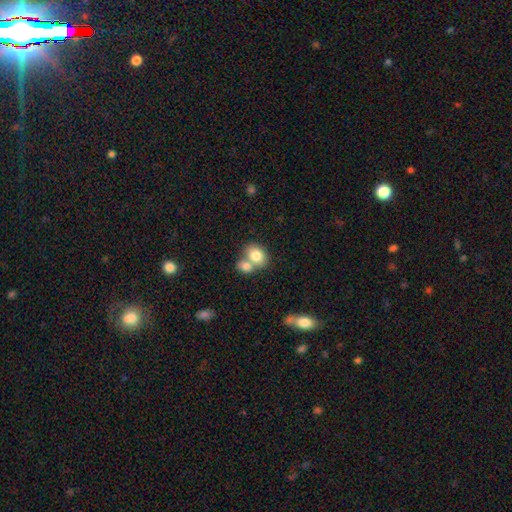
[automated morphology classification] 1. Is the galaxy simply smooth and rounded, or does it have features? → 80% smooth, 12% featured or disk, 8% star or artifact.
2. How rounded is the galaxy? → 56% in between, 43% round, 1% cigar-shaped.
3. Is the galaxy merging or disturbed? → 56% merger, 33% none, 8% minor disturbance, 3% major disturbance.